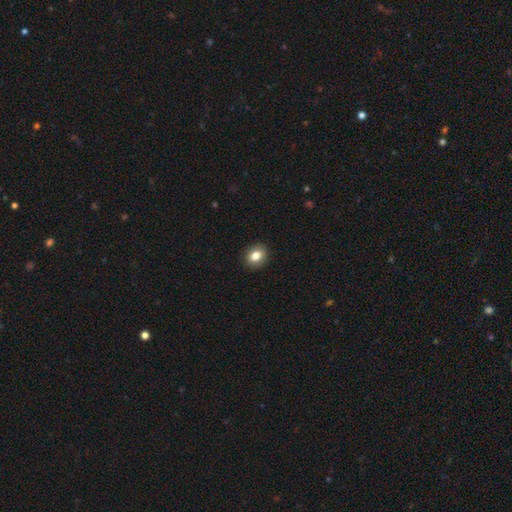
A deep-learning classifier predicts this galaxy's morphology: Smooth or featured? Predicted: smooth (p=0.83). How rounded? Predicted: in between (p=0.50). Merging? Predicted: none (p=0.90).